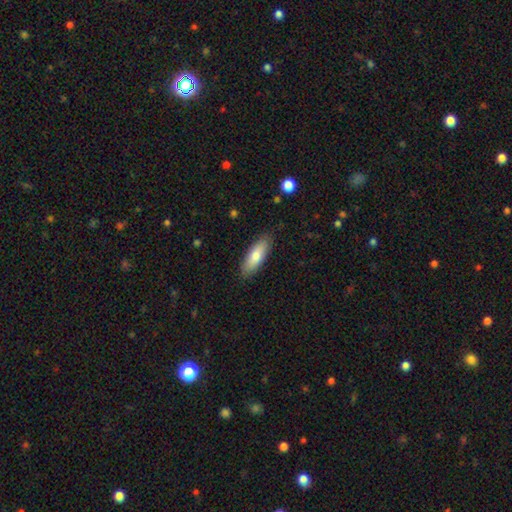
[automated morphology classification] smooth-or-featured: smooth: 75% | featured or disk: 19% | star or artifact: 6%
  how-rounded: in between: 62% | cigar-shaped: 36% | round: 2%
  merging: none: 87% | minor disturbance: 10% | major disturbance: 2% | merger: 1%